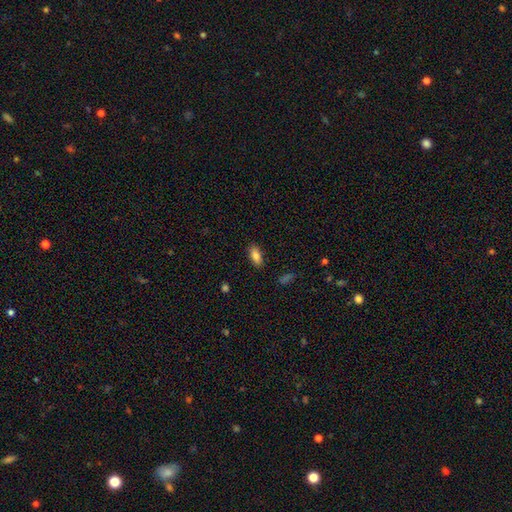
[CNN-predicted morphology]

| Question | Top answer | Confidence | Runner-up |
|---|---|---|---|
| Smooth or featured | smooth | 84% | featured or disk (8%) |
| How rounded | in between | 87% | cigar-shaped (10%) |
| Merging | none | 87% | minor disturbance (9%) |